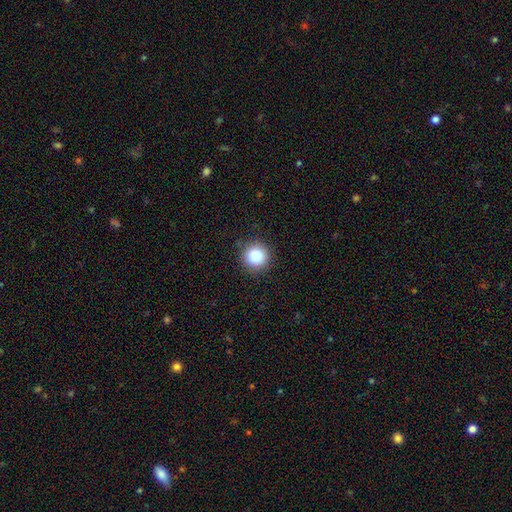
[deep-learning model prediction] Smooth or featured?
  - smooth: 86% *
  - star or artifact: 10%
  - featured or disk: 5%
How rounded?
  - round: 93% *
  - in between: 6%
  - cigar-shaped: 1%
Merging?
  - none: 88% *
  - minor disturbance: 8%
  - major disturbance: 3%
  - merger: 1%